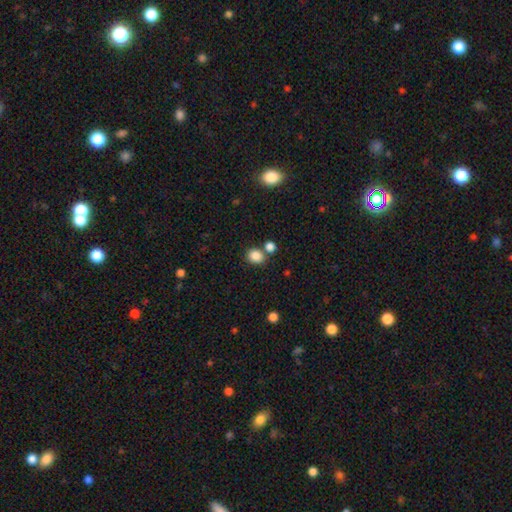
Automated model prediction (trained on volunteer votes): Overall: smooth (85%). How rounded: round (61%; in between 38%). Merging: none (65%).